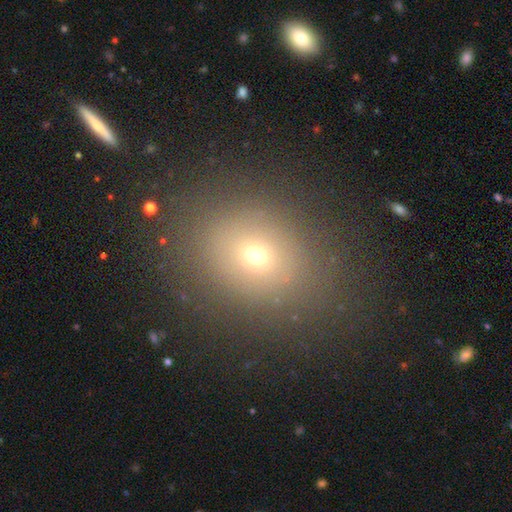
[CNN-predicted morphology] The model was most divided on "how rounded": round: 58%, in between: 40%, cigar-shaped: 1%. More confident: merging — none (84%); smooth or featured — smooth (64%).